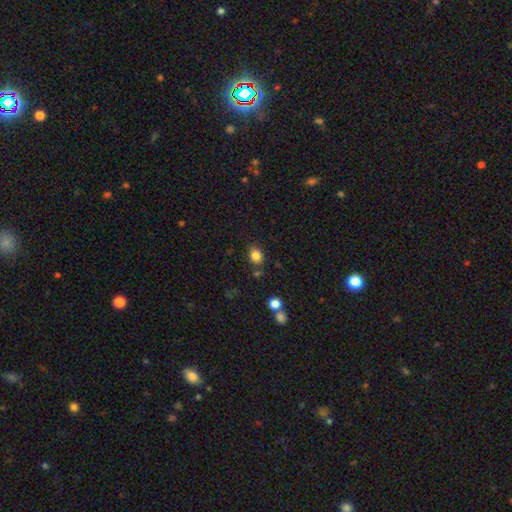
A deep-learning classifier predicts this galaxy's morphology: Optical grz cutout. It shows a smooth galaxy with no disk features (83%) that is in between round and cigar-shaped (58%). Merging: none (79%).